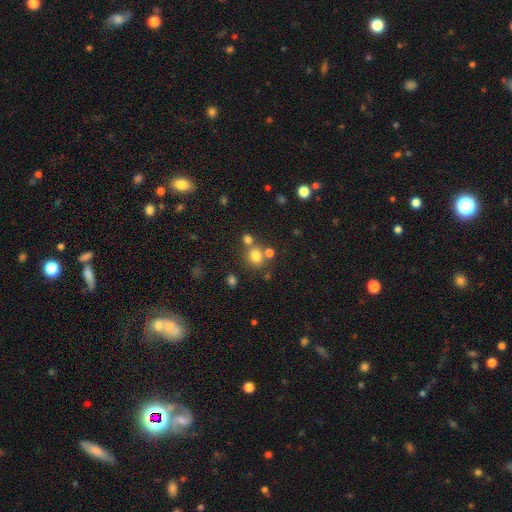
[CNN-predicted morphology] type=smooth (75%); roundness=round (75%); merging=none (62%).